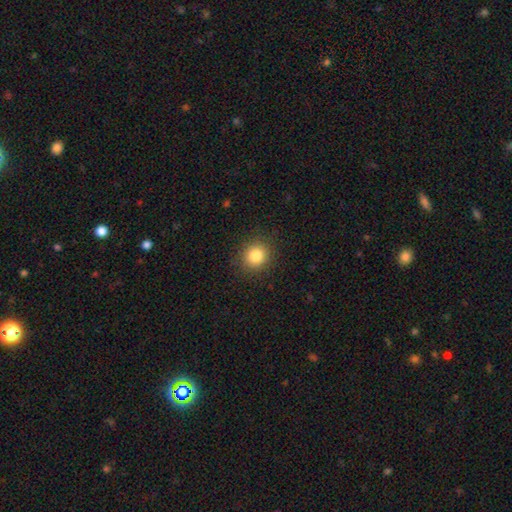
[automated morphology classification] A smooth galaxy with no disk features (83%) that is round (84%).

Vote fractions:
- Smooth or featured? smooth: 83% / star or artifact: 11% / featured or disk: 6%
- How rounded? round: 84% / in between: 15% / cigar-shaped: 1%
- Merging? none: 89% / minor disturbance: 8% / major disturbance: 3% / merger: 1%